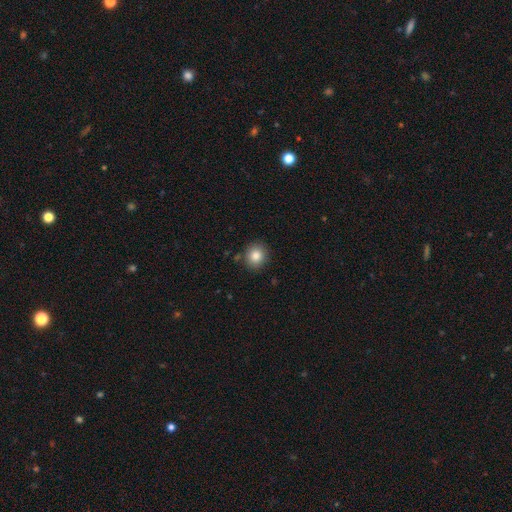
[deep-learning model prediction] Smooth or featured? Predicted: smooth (p=0.84). How rounded? Predicted: round (p=0.83). Merging? Predicted: none (p=0.87).